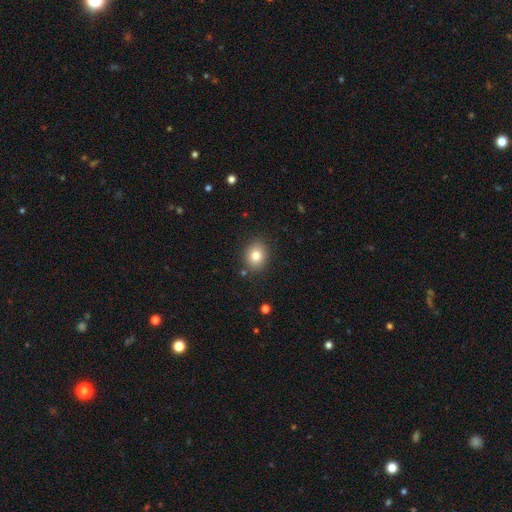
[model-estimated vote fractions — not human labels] This appears to be a smooth galaxy with no disk features (80%) that is round (60%). Merging: none (87%).